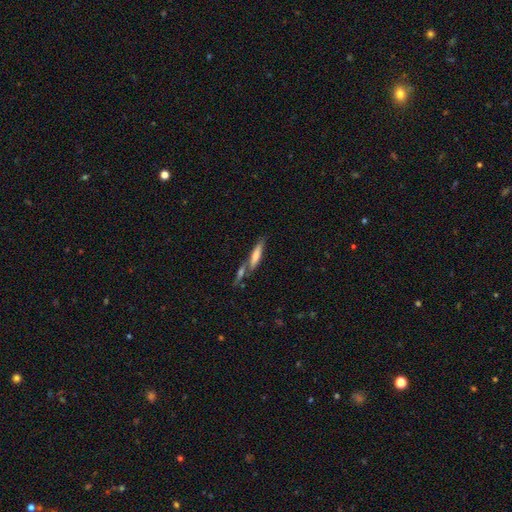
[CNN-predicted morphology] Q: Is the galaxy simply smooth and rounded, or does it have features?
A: smooth — 59%.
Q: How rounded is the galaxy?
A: cigar-shaped — 81%.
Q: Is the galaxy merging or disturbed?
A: none — 52%.